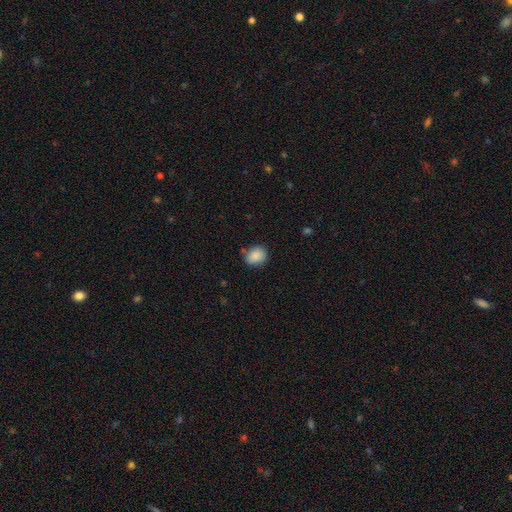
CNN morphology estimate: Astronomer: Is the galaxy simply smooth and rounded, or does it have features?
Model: smooth — 88%.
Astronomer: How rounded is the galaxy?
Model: round — 63%.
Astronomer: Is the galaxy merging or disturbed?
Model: none — 79%.